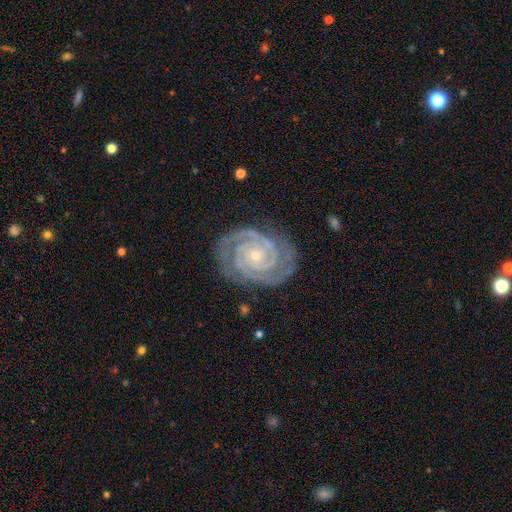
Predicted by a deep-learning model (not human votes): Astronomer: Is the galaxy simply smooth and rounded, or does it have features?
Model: featured or disk — 93%.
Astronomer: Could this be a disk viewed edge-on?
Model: no — 98%.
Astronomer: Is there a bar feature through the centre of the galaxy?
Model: no — 73%.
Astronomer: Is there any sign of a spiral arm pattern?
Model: yes — 99%.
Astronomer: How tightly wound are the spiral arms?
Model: tight — 84%.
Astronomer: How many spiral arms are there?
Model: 2 — 63%.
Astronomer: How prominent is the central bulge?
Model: small — 79%.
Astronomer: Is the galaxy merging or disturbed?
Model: none — 81%.